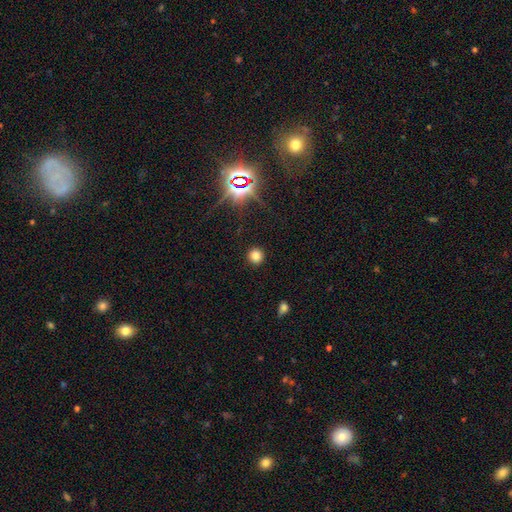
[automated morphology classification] Smooth or featured: smooth — 76% (star or artifact — 19%)
How rounded: round — 92% (in between — 7%)
Merging: none — 90% (minor disturbance — 6%)